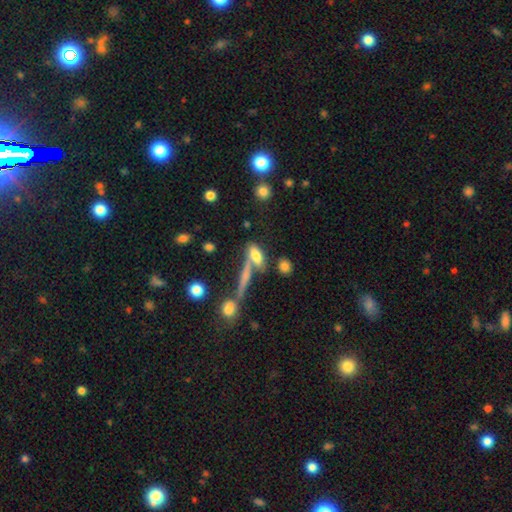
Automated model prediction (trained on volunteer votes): A smooth galaxy with no disk features (69%) that is in between round and cigar-shaped (63%).

Vote fractions:
- Smooth or featured? smooth: 69% / featured or disk: 21% / star or artifact: 10%
- How rounded? in between: 63% / cigar-shaped: 30% / round: 7%
- Merging? none: 49% / merger: 30% / minor disturbance: 13% / major disturbance: 7%